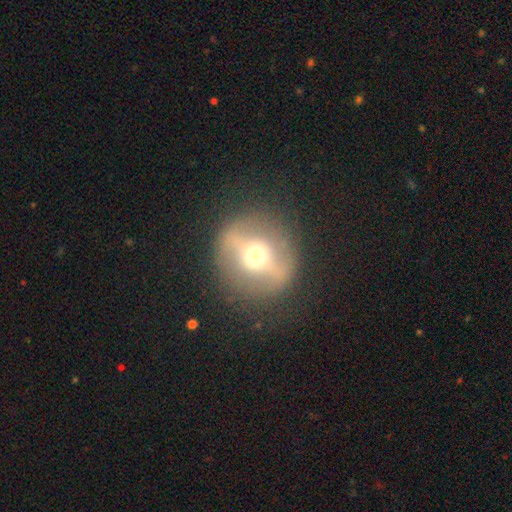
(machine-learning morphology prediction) type=featured or disk (67%); edge-on=no (73%); merging=none (86%).